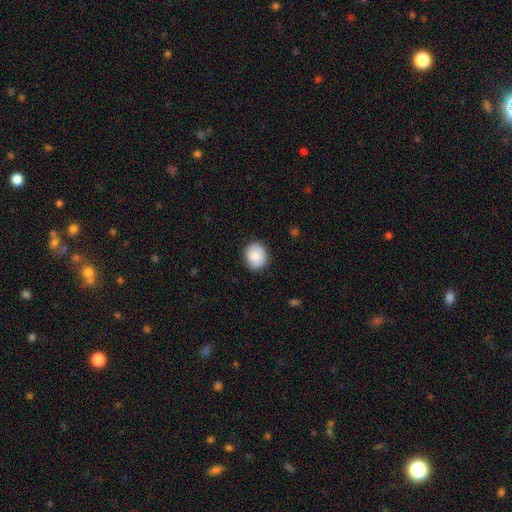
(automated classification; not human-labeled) Morphology: type=smooth (83%); roundness=round (69%); merging=none (87%).